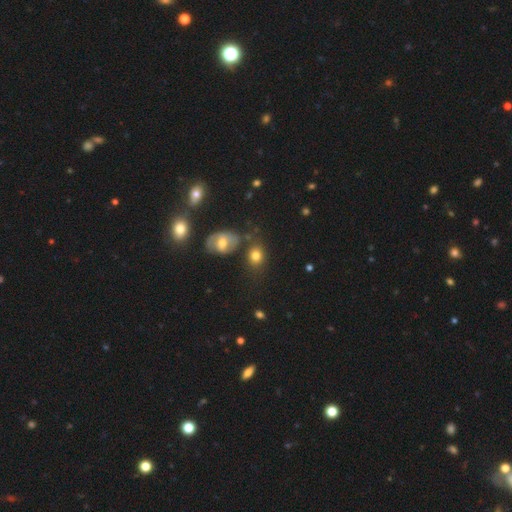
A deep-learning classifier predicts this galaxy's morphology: type=smooth (78%); roundness=in between (53%); merging=none (64%).